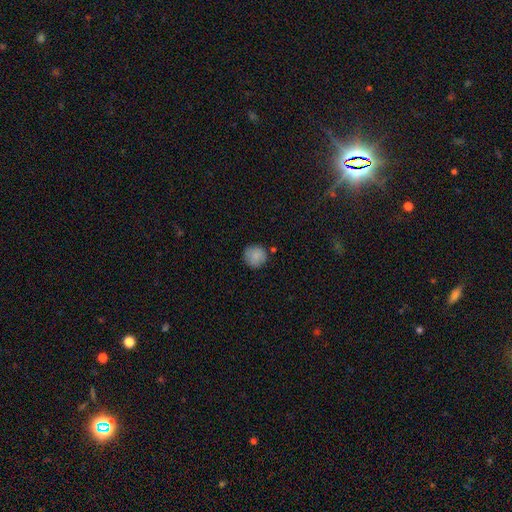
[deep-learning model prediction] smooth_or_featured: smooth (p=0.86) [alt: star or artifact p=0.08]
how_rounded: round (p=0.94) [alt: in between p=0.05]
merging: none (p=0.83) [alt: minor disturbance p=0.11]